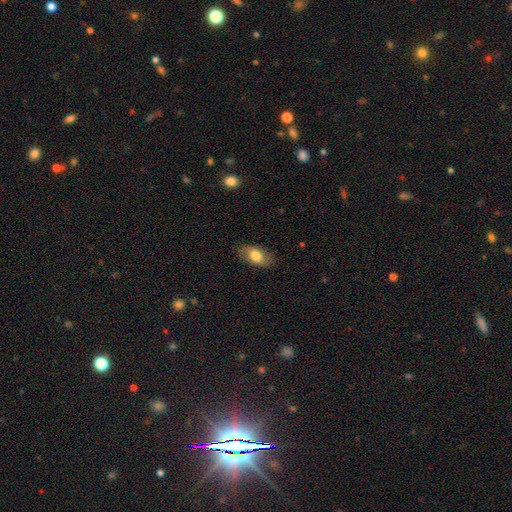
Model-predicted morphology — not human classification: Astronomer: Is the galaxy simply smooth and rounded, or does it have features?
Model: smooth — 70%.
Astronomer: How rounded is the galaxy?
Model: in between — 91%.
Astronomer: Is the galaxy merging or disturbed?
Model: none — 82%.